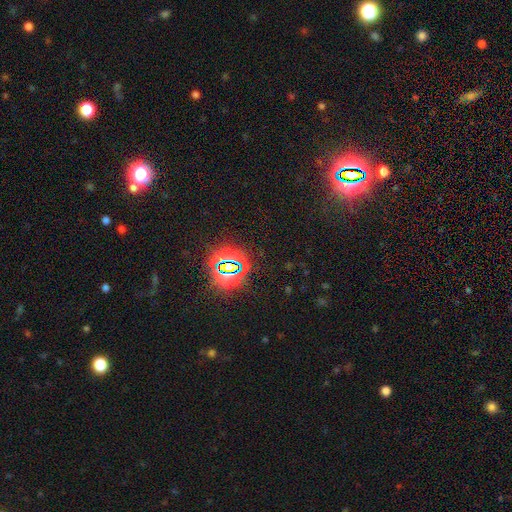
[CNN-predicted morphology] Smooth or featured?
  - star or artifact: 81% *
  - smooth: 11%
  - featured or disk: 7%